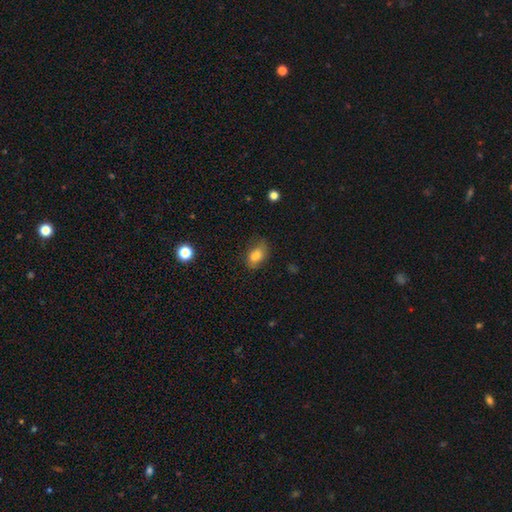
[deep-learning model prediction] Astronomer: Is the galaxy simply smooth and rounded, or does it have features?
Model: smooth — 81%.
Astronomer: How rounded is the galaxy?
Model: in between — 87%.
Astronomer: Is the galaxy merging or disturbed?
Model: none — 70%.